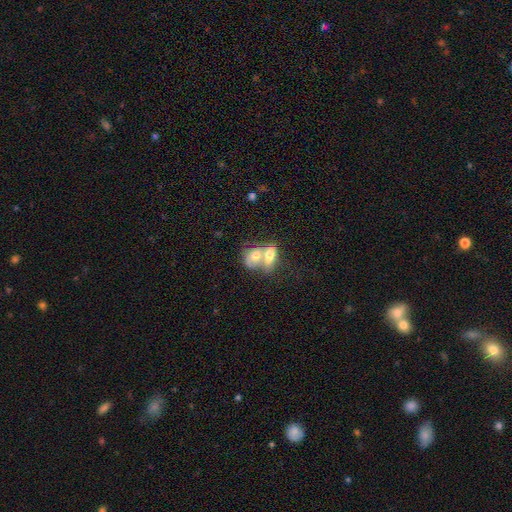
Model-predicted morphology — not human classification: This appears to be a smooth galaxy with no disk features (65%) that is in between round and cigar-shaped (77%). Merging: merger (75%).